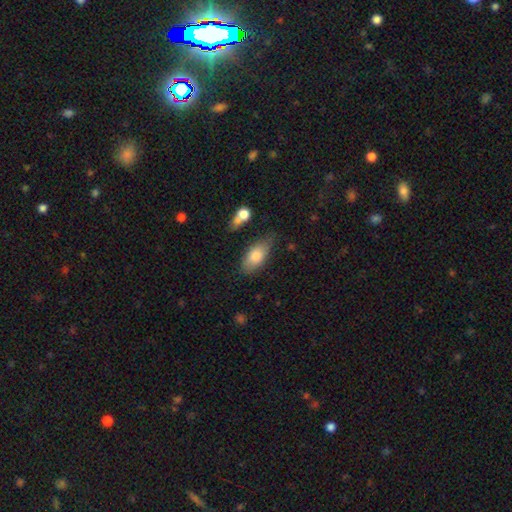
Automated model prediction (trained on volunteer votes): smooth-or-featured: smooth: 79% | featured or disk: 14% | star or artifact: 7%
  how-rounded: in between: 87% | cigar-shaped: 9% | round: 4%
  merging: none: 65% | minor disturbance: 24% | major disturbance: 6% | merger: 6%